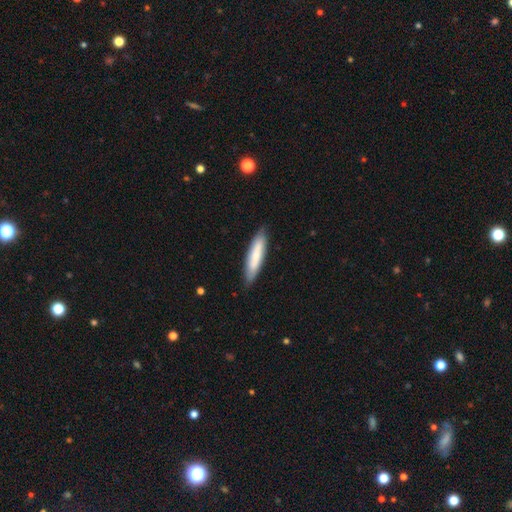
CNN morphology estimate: A smooth galaxy with no disk features (74%) that is cigar-shaped (81%). Merging: none (85%).